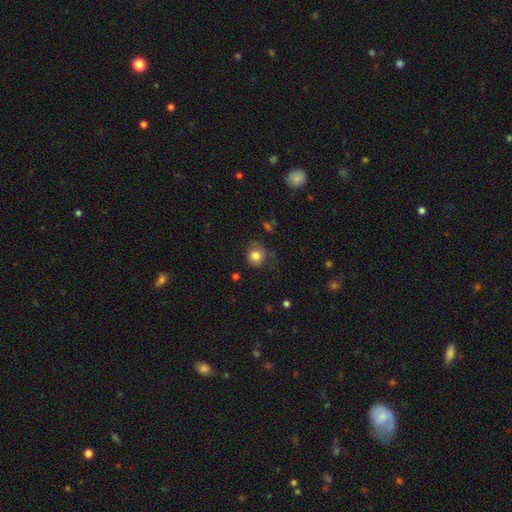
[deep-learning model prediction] Smooth or featured?
  - smooth: 81% *
  - star or artifact: 10%
  - featured or disk: 9%
How rounded?
  - round: 81% *
  - in between: 18%
  - cigar-shaped: 1%
Merging?
  - none: 62% *
  - minor disturbance: 24%
  - major disturbance: 11%
  - merger: 2%